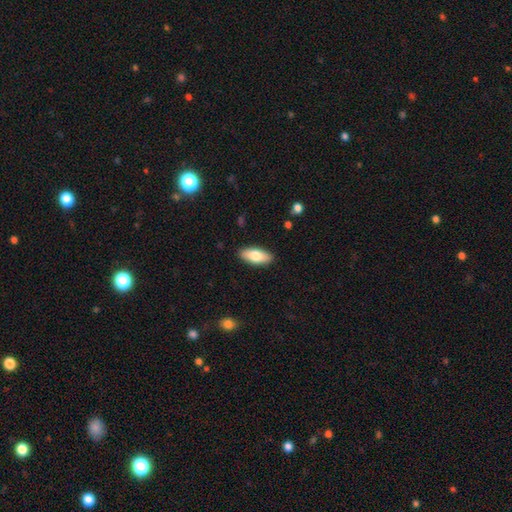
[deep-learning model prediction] This is likely a smooth galaxy (76%). How rounded: clearly in between (83%). Merging: clearly none (89%).